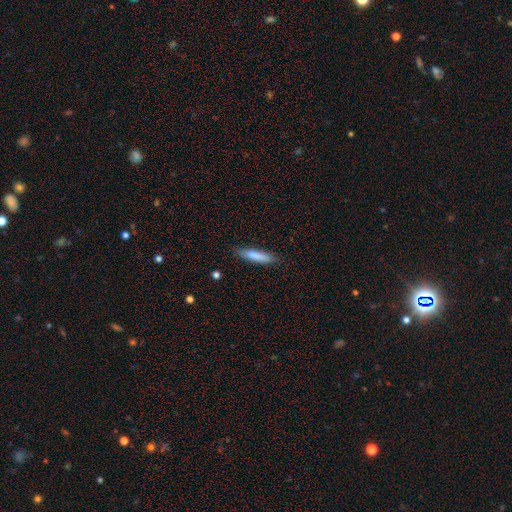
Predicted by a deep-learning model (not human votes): The model was most divided on "smooth or featured": smooth: 80%, featured or disk: 14%, star or artifact: 6%. More confident: how rounded — cigar-shaped (85%); merging — none (84%).